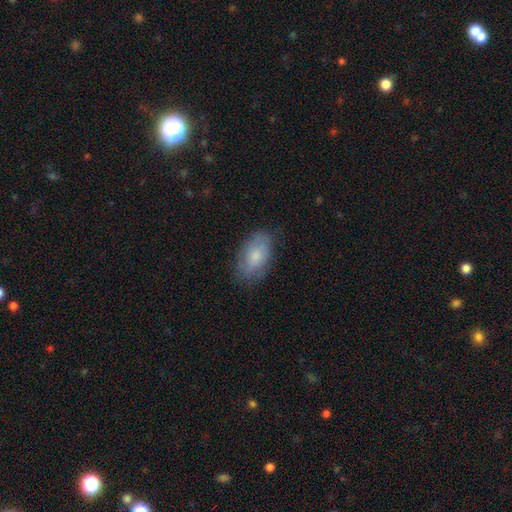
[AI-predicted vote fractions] Smooth or featured: smooth — 69% (featured or disk — 25%)
How rounded: in between — 92% (round — 5%)
Merging: none — 73% (minor disturbance — 20%)